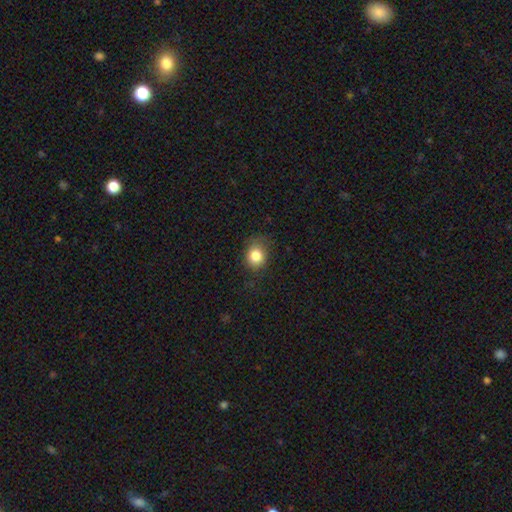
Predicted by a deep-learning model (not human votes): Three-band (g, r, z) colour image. It shows a smooth galaxy with no disk features (83%) that is round (63%). Merging: none (75%).